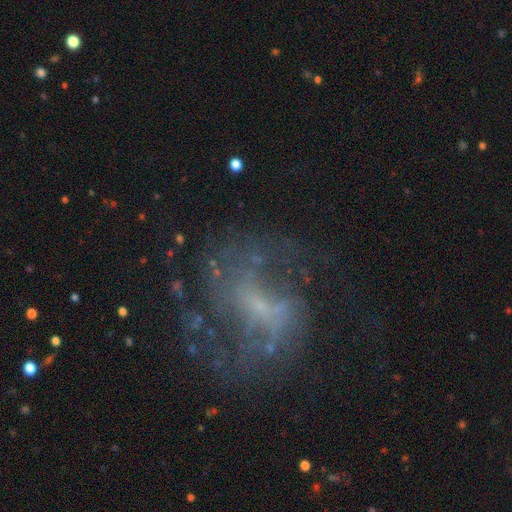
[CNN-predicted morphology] Smooth or featured? featured or disk (69%)
Edge-on disk? no (97%)
Bar? no (43%)
Spiral arms? yes (63%)
Bulge size? small (54%)
Merging? none (53%)